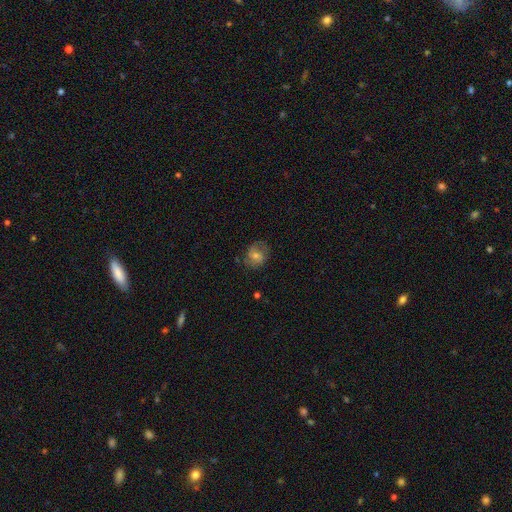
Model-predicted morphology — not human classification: Smooth or featured? smooth (46%)
Merging? none (68%)